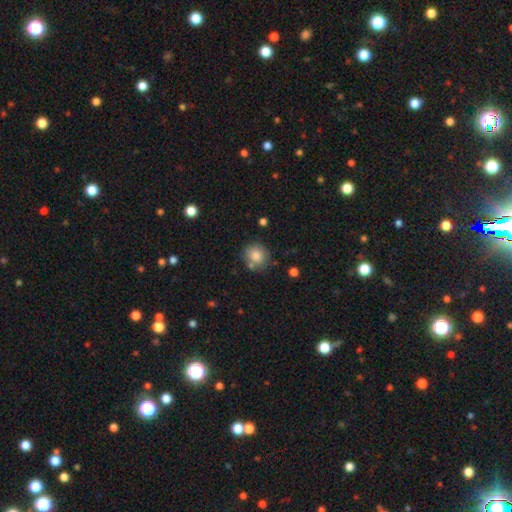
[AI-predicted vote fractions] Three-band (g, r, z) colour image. It shows a smooth galaxy with no disk features (82%) that is round (81%). Merging: none (73%).